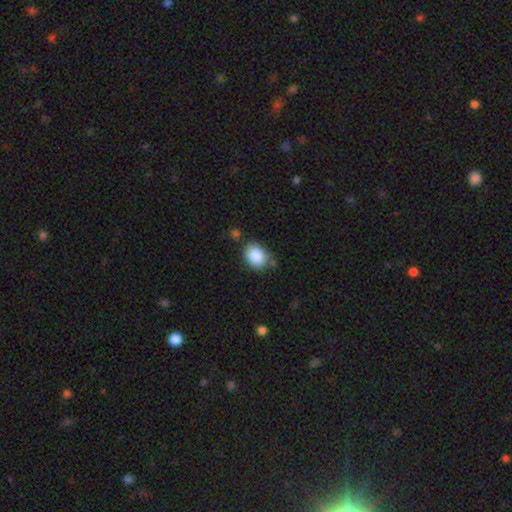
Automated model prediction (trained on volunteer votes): Smooth or featured? smooth (87%)
How rounded? in between (66%)
Merging? none (69%)